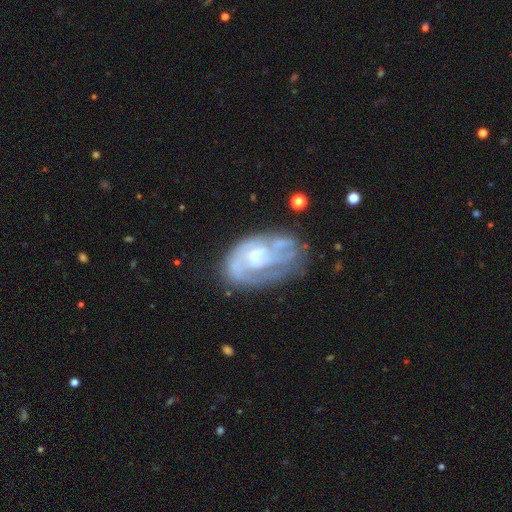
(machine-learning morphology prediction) Smooth or featured? Predicted: featured or disk (p=0.77). Edge-on disk? Predicted: no (p=0.96). Bar? Predicted: no (p=0.56). Spiral arms? Predicted: yes (p=0.78). Spiral winding? Predicted: tight (p=0.52). Spiral arm count? Predicted: can't tell (p=0.42). Bulge size? Predicted: moderate (p=0.39). Merging? Predicted: none (p=0.50).